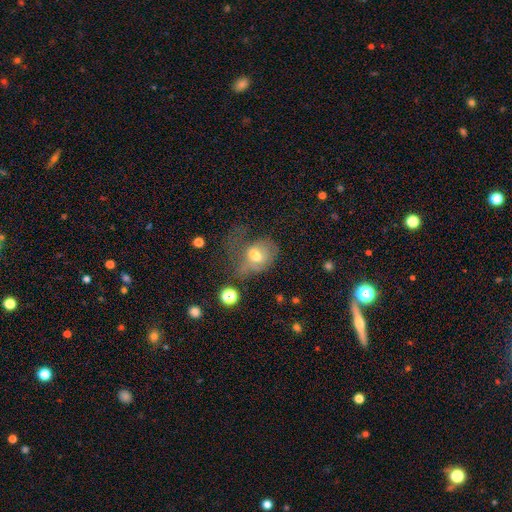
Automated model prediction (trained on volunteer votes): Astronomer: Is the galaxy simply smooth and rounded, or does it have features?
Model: smooth — 53% (runner-up: featured or disk, 34%).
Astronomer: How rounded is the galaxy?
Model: in between — 61% (runner-up: round, 37%).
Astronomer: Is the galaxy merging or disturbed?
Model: major disturbance — 51%.